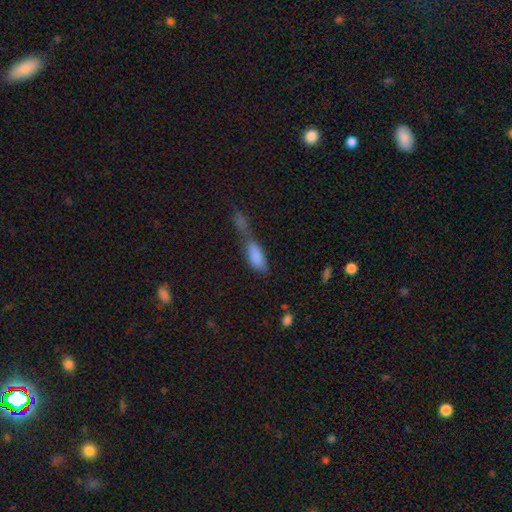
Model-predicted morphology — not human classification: This appears to be a smooth galaxy with no disk features (81%) that is in between round and cigar-shaped (76%). Merging: merger (55%).